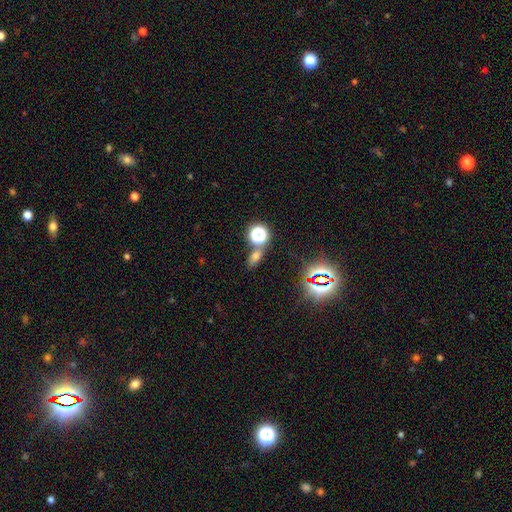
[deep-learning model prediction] Smooth or featured: smooth — 58% (star or artifact — 31%)
How rounded: in between — 66% (round — 23%)
Merging: none — 69% (merger — 16%)